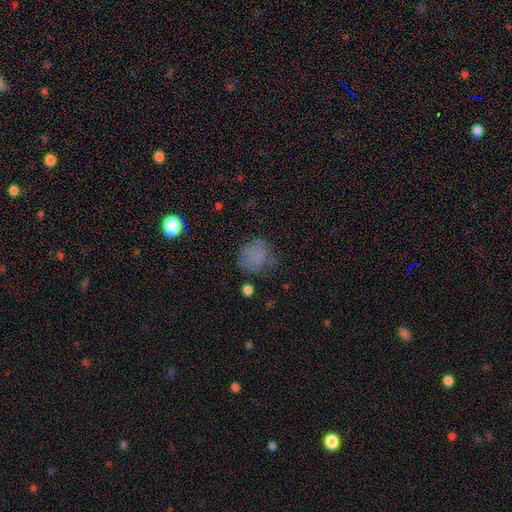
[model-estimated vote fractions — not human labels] Smooth or featured? smooth (71%)
How rounded? round (71%)
Merging? none (55%)